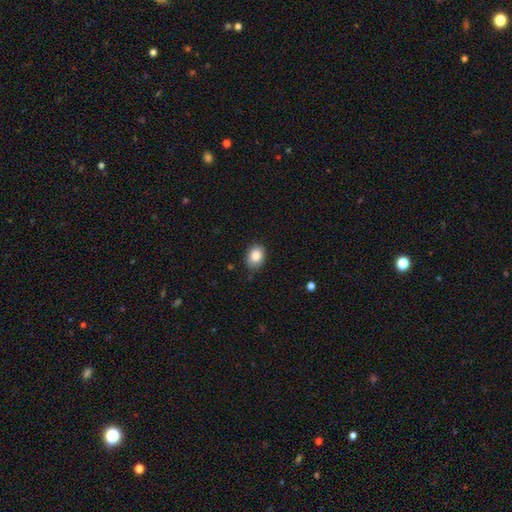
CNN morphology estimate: This is clearly a smooth galaxy (86%). How rounded: likely in between (67%). Merging: likely none (80%).